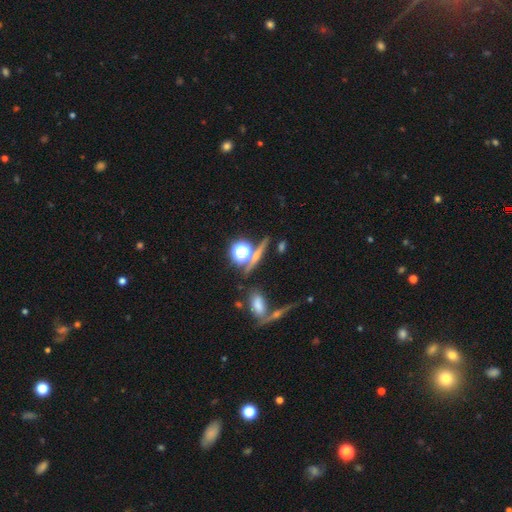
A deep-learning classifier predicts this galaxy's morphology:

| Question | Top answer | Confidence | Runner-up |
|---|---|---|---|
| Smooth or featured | smooth | 40% | star or artifact (33%) |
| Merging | none | 72% | merger (12%) |